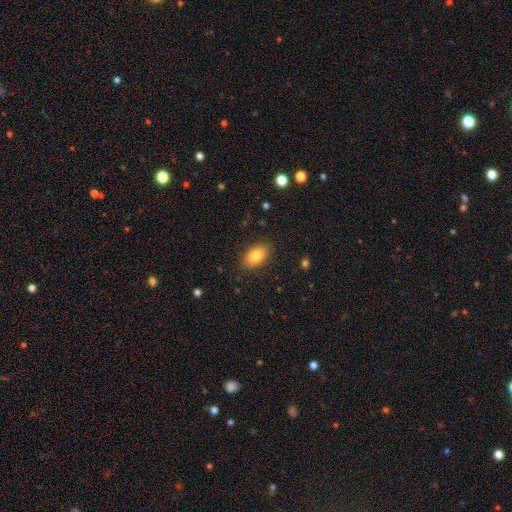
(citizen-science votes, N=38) smooth 79%, featured or disk 13%, star or artifact 8%. Down the decision tree: how rounded — in between (93%); merging — none (89%).